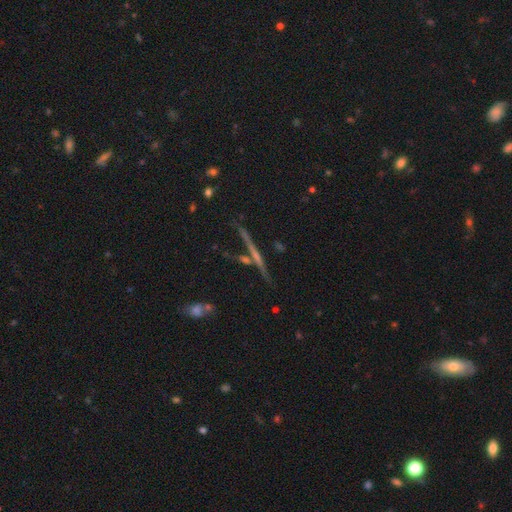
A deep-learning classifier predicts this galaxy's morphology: Smooth or featured? Predicted: featured or disk (p=0.69). Edge-on disk? Predicted: yes (p=0.97). Edge-on bulge? Predicted: none (p=0.61). Merging? Predicted: none (p=0.81).